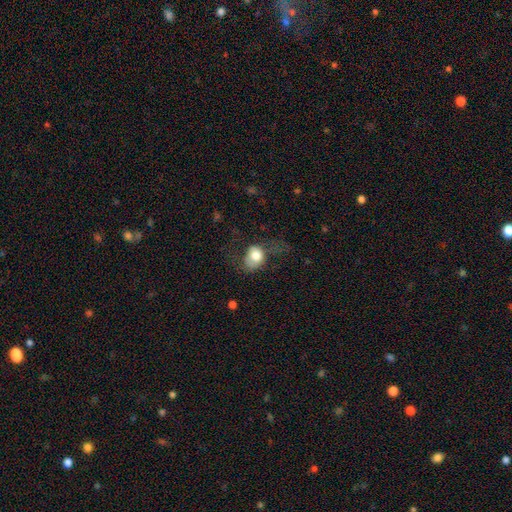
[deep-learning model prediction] This appears to be a smooth galaxy with no disk features (72%) that is in between round and cigar-shaped (55%). Merging: major disturbance (37%).